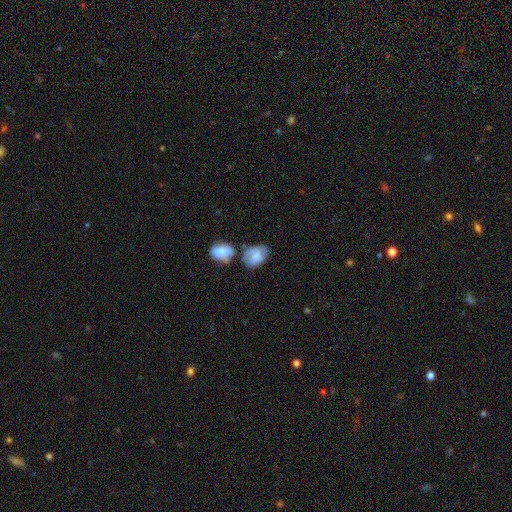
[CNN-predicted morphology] The model was most divided on "merging": none: 42%, minor disturbance: 26%, merger: 23%, major disturbance: 9%. More confident: smooth or featured — smooth (78%); how rounded — in between (77%).